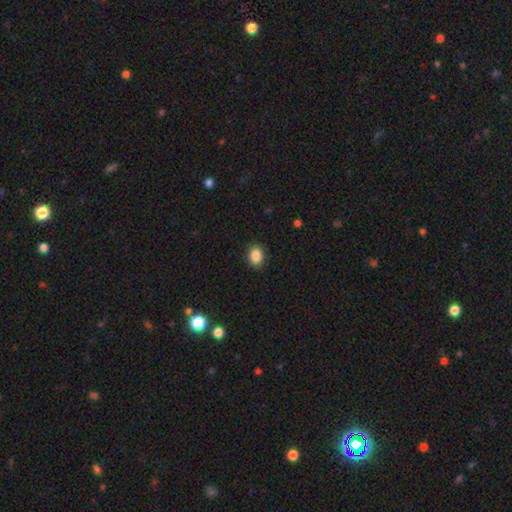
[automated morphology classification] This is clearly a smooth galaxy (87%). How rounded: possibly in between (60%). Merging: clearly none (88%).